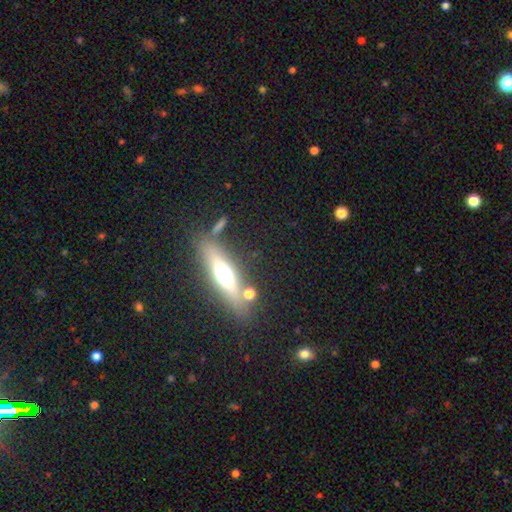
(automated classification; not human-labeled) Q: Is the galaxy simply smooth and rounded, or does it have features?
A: featured or disk — 61%.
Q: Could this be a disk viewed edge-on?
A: yes — 91%.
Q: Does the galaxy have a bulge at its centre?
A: rounded — 87%.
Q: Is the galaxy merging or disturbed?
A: none — 79%.